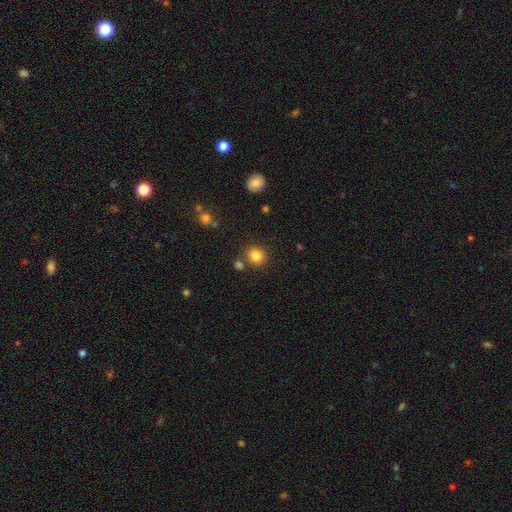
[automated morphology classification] Q: Smooth or featured?
A: smooth (83%); runner-up: star or artifact (11%)
Q: How rounded?
A: round (82%); runner-up: in between (17%)
Q: Merging?
A: none (80%); runner-up: merger (8%)